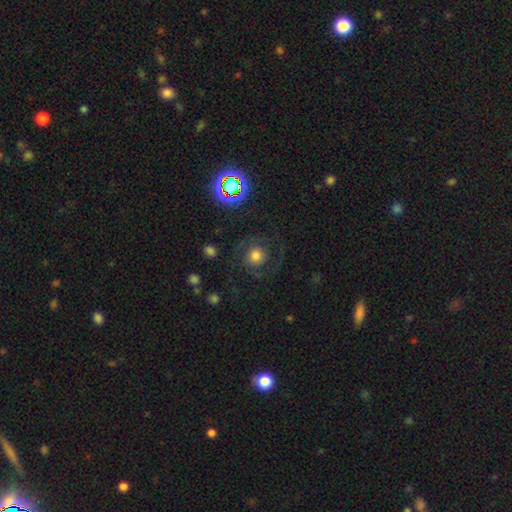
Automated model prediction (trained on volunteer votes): smooth_or_featured: featured or disk (p=0.44) [alt: smooth p=0.41]
merging: none (p=0.69) [alt: major disturbance p=0.17]